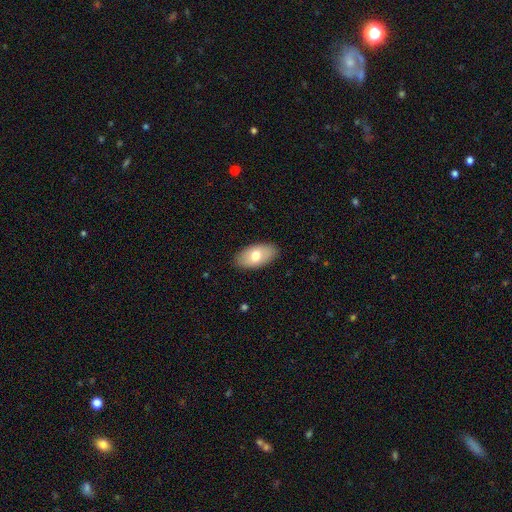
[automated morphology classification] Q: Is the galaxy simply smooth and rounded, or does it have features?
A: smooth — 70%.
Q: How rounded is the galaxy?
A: in between — 94%.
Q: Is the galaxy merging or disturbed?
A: none — 87%.